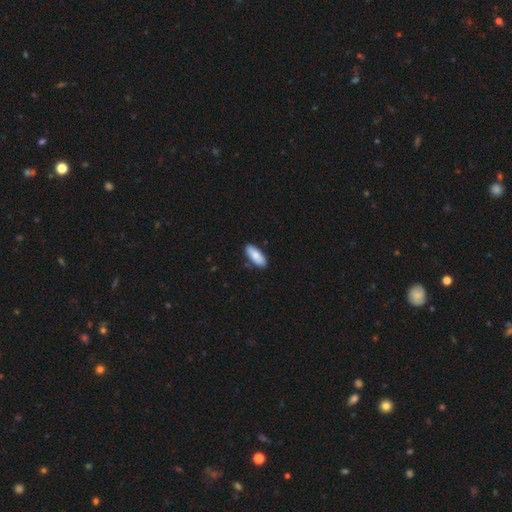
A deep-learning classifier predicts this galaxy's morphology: smooth_or_featured: smooth (p=0.84) [alt: featured or disk p=0.10]
how_rounded: in between (p=0.77) [alt: cigar-shaped p=0.21]
merging: none (p=0.86) [alt: minor disturbance p=0.10]